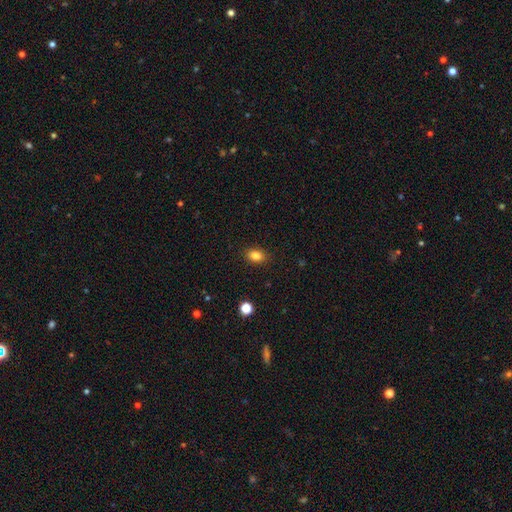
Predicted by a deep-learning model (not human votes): The model was most divided on "how rounded": in between: 76%, round: 22%, cigar-shaped: 1%. More confident: merging — none (89%); smooth or featured — smooth (84%).